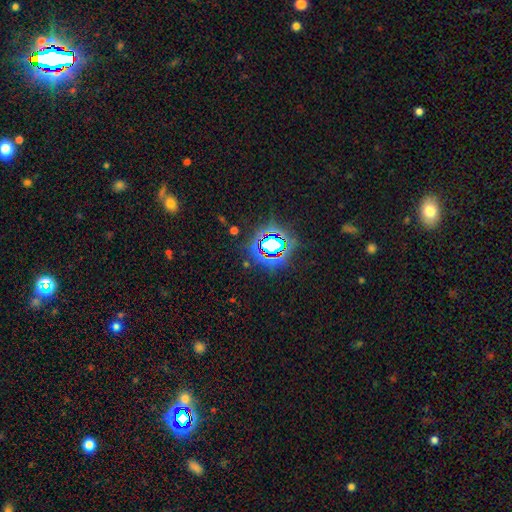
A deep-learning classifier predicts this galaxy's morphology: This appears to be a star or artifact, not a galaxy (79%).